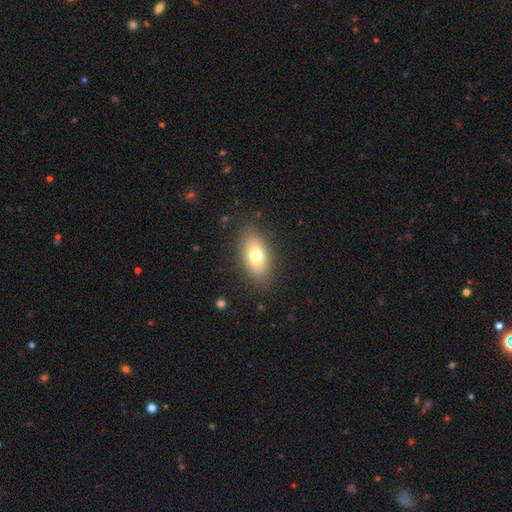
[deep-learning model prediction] This is likely a smooth galaxy (72%). How rounded: clearly in between (88%). Merging: clearly none (86%).